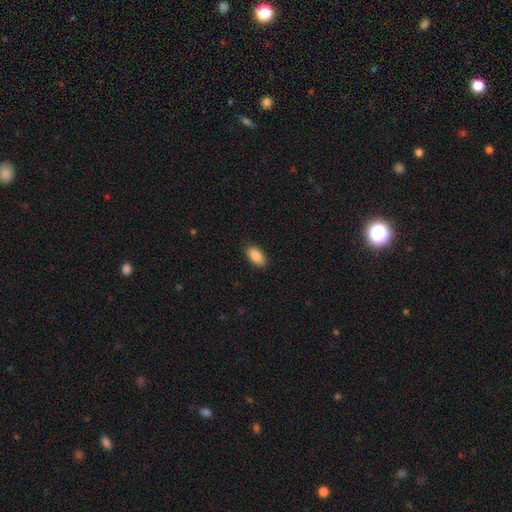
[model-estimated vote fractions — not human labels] smooth-or-featured: smooth: 88% | star or artifact: 7% | featured or disk: 5%
  how-rounded: in between: 92% | cigar-shaped: 5% | round: 3%
  merging: none: 89% | minor disturbance: 8% | major disturbance: 2% | merger: 1%